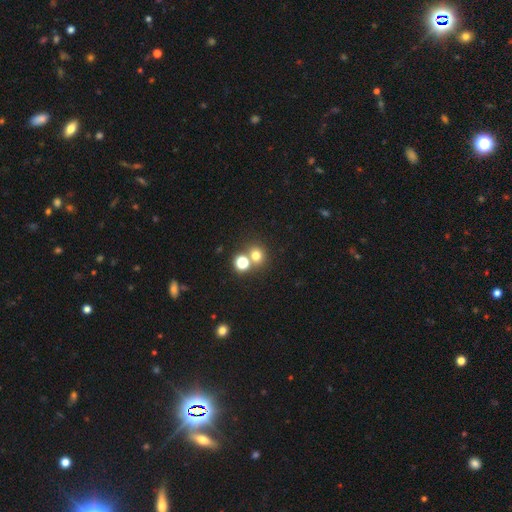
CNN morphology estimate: Overall: smooth (72%). How rounded: round (84%). Merging: none (63%; merger 27%).